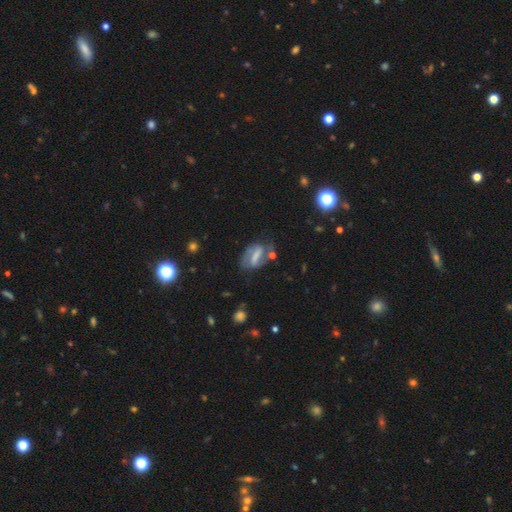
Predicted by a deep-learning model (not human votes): A featured or disk galaxy (69%) with a strong bar (69%), spiral arms (79%) and no central bulge (41%).

Vote fractions:
- Smooth or featured? featured or disk: 69% / smooth: 23% / star or artifact: 8%
- Edge-on disk? no: 92% / yes: 8%
- Bar? strong: 69% / weak: 22% / no: 9%
- Spiral arms? yes: 79% / no: 21%
- Bulge size? none: 41% / small: 26% / moderate: 21% / large: 9% / dominant: 2%
- Merging? none: 60% / minor disturbance: 21% / major disturbance: 13% / merger: 6%